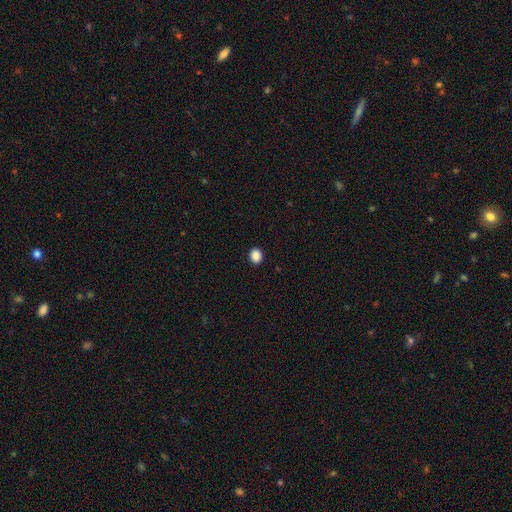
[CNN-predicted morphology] This is clearly a smooth galaxy (89%). How rounded: likely round (61%). Merging: clearly none (92%).